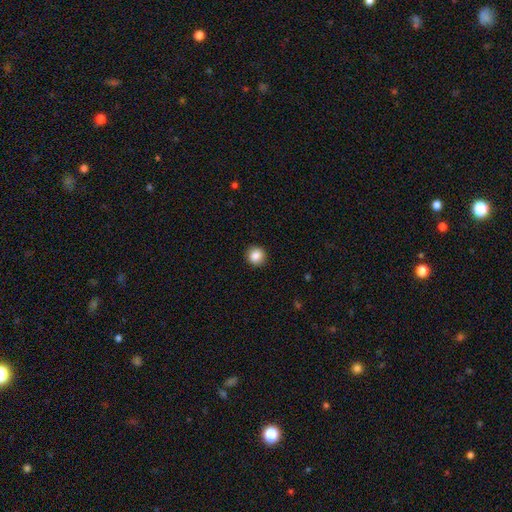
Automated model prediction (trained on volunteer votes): smooth_or_featured: smooth (p=0.87) [alt: star or artifact p=0.09]
how_rounded: round (p=0.90) [alt: in between p=0.09]
merging: none (p=0.91) [alt: minor disturbance p=0.07]